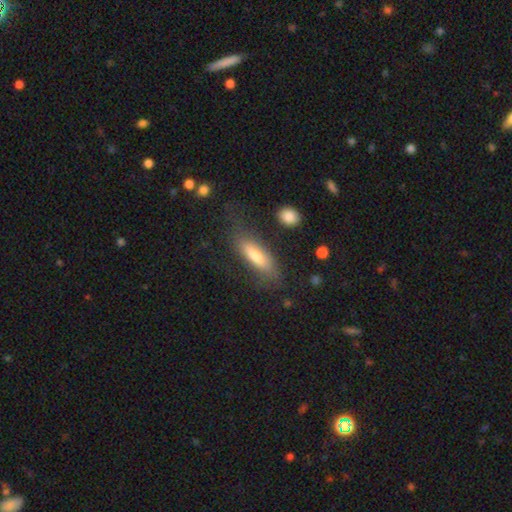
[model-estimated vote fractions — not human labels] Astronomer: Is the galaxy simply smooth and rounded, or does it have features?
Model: smooth — 67%.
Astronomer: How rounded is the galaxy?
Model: cigar-shaped — 53% (runner-up: in between, 45%).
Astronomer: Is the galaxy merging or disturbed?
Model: none — 68%.